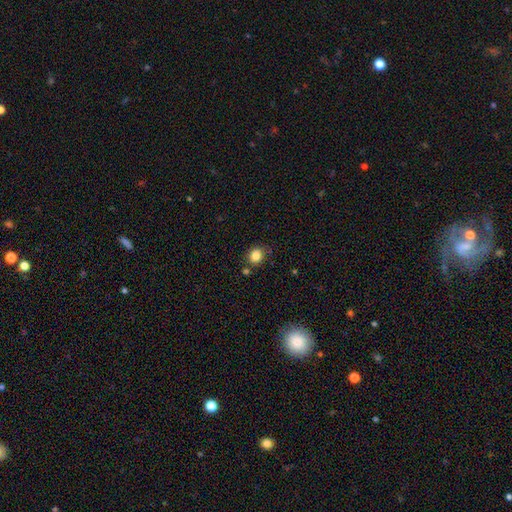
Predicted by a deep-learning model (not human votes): A smooth galaxy with no disk features (84%) that is round (74%). Merging: none (77%).